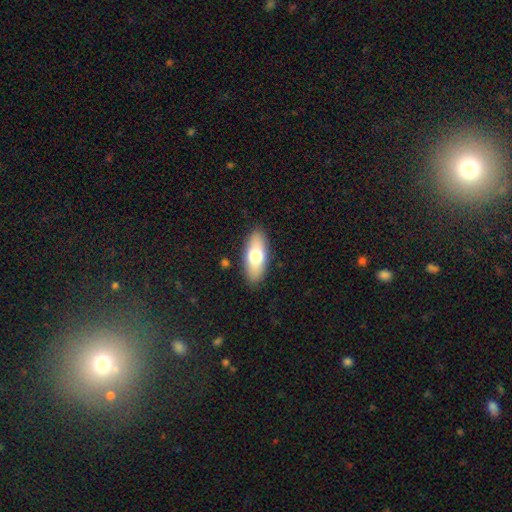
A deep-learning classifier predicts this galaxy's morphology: Q: Smooth or featured?
A: smooth (70%); runner-up: featured or disk (24%)
Q: How rounded?
A: in between (80%); runner-up: cigar-shaped (17%)
Q: Merging?
A: none (88%); runner-up: minor disturbance (9%)